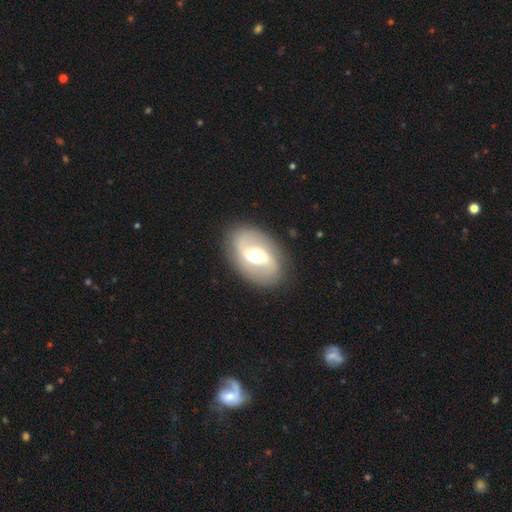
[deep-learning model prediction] The model was most divided on "bar": weak: 44%, strong: 38%, no: 18%. Remaining: edge-on disk — no (96%); spiral arm count — 2 (90%); merging — none (85%); spiral arms — yes (80%); smooth or featured — featured or disk (76%); bulge size — moderate (65%); spiral winding — loose (48%).